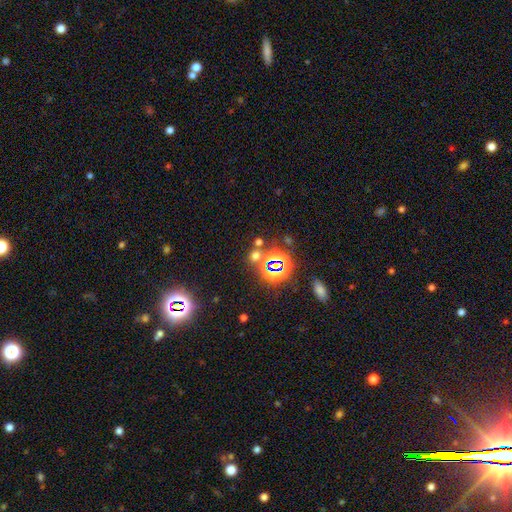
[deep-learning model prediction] The model was most divided on "smooth or featured": star or artifact: 50%, smooth: 43%, featured or disk: 8%.